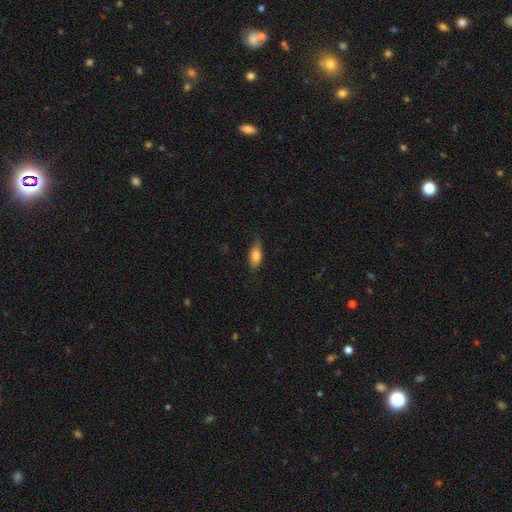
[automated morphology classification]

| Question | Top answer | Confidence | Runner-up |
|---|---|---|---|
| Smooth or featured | smooth | 76% | featured or disk (17%) |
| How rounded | in between | 82% | cigar-shaped (14%) |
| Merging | none | 69% | minor disturbance (25%) |